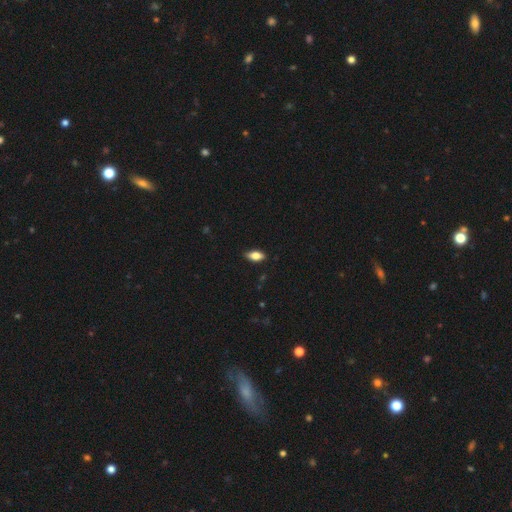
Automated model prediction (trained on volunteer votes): This is likely a smooth galaxy (78%). How rounded: clearly in between (88%). Merging: clearly none (86%).